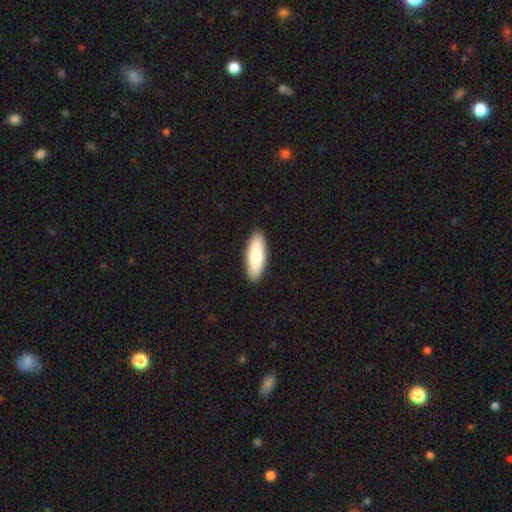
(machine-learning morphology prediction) smooth-or-featured: smooth: 75% | featured or disk: 19% | star or artifact: 5%
  how-rounded: in between: 63% | cigar-shaped: 35% | round: 2%
  merging: none: 90% | minor disturbance: 7% | major disturbance: 2% | merger: 1%